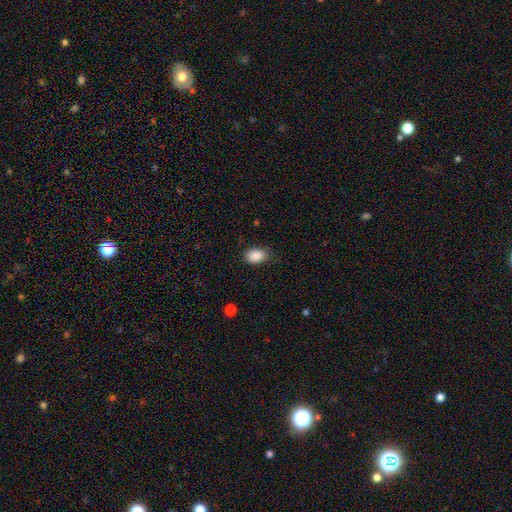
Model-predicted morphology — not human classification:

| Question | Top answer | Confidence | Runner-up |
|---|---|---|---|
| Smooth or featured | smooth | 89% | star or artifact (8%) |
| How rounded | in between | 79% | round (20%) |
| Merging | none | 74% | minor disturbance (21%) |